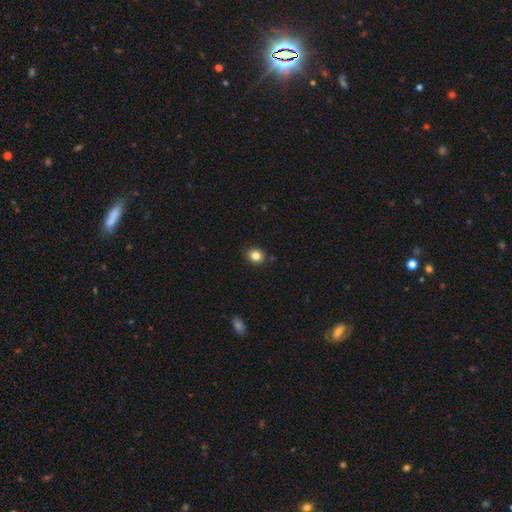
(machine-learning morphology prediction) smooth 82%, star or artifact 11%, featured or disk 7%. Down the decision tree: how rounded — round (70%); merging — none (87%).